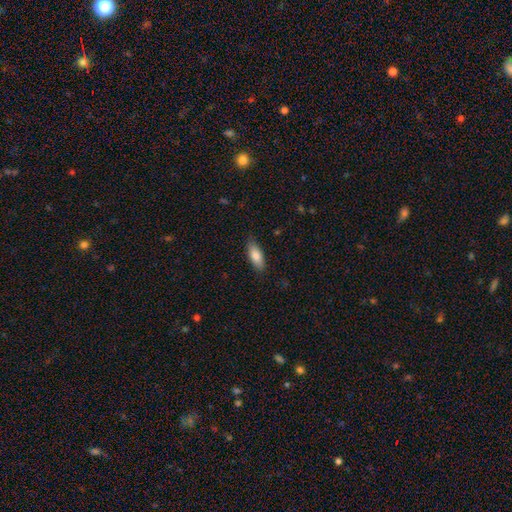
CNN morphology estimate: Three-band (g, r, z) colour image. It shows a smooth galaxy with no disk features (83%) that is in between round and cigar-shaped (73%). Merging: none (85%).